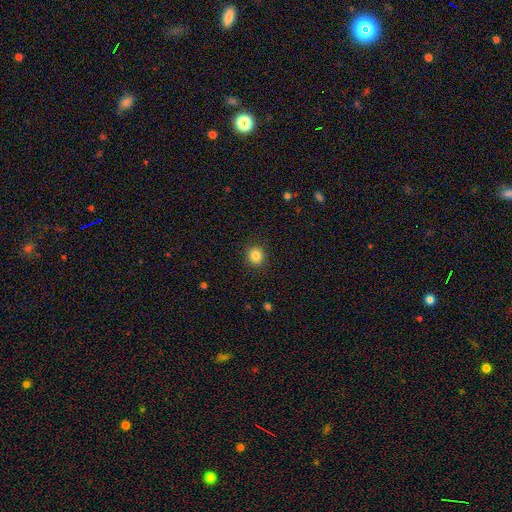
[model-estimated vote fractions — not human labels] smooth 85%, star or artifact 11%, featured or disk 5%. Down the decision tree: how rounded — round (86%); merging — none (90%).